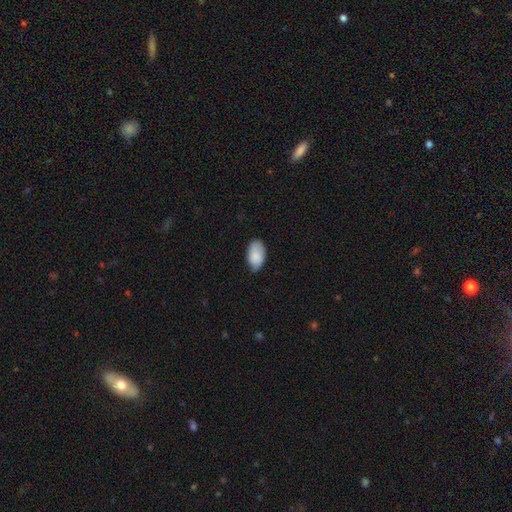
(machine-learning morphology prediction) Overall: smooth (85%). How rounded: in between (94%). Merging: none (68%).